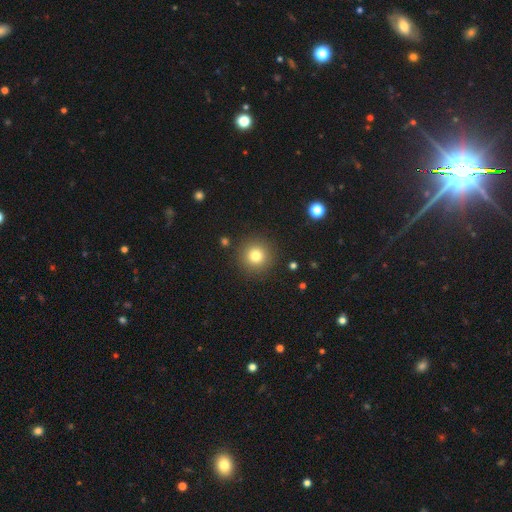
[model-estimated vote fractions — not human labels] This is likely a smooth galaxy (80%). How rounded: clearly round (95%). Merging: clearly none (90%).